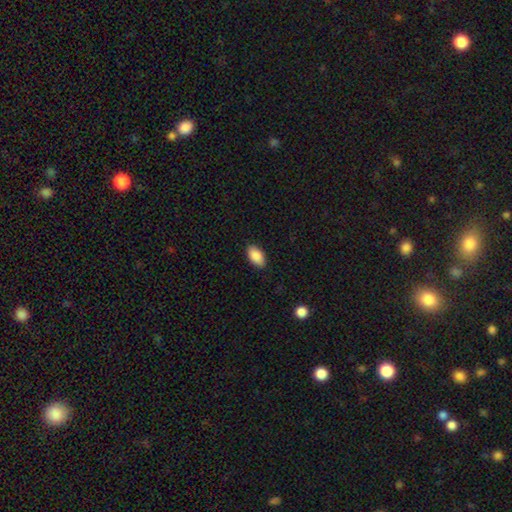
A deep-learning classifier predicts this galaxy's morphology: Q: Smooth or featured?
A: smooth (89%); runner-up: star or artifact (7%)
Q: How rounded?
A: in between (94%); runner-up: round (3%)
Q: Merging?
A: none (88%); runner-up: minor disturbance (9%)